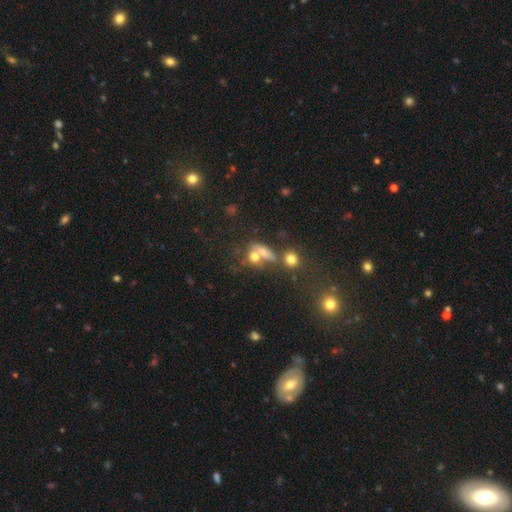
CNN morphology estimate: smooth 57%, star or artifact 22%, featured or disk 21%. Down the decision tree: how rounded — in between (48%); merging — merger (43%).